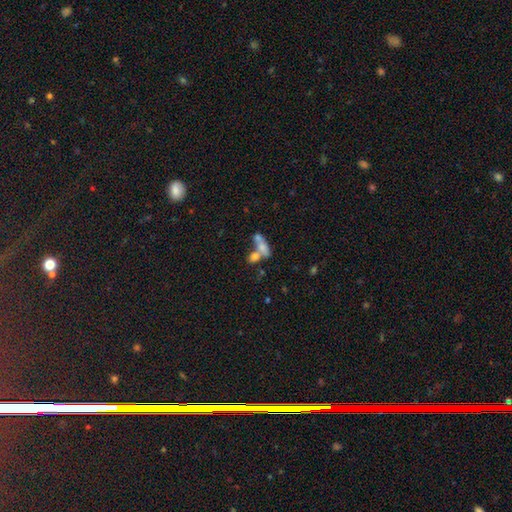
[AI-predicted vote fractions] Overall: smooth (56%; featured or disk 28%). How rounded: in between (63%). Merging: merger (55%; none 28%).